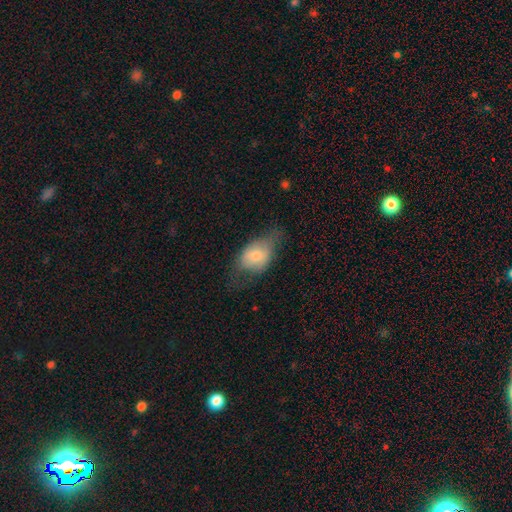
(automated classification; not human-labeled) Q: Smooth or featured?
A: smooth (66%); runner-up: featured or disk (27%)
Q: How rounded?
A: in between (78%); runner-up: round (20%)
Q: Merging?
A: none (44%); runner-up: minor disturbance (33%)